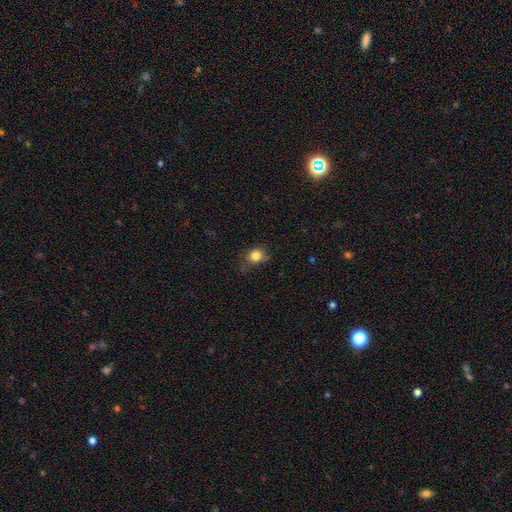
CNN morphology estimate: A smooth galaxy with no disk features (82%) that is round (75%).

Vote fractions:
- Smooth or featured? smooth: 82% / star or artifact: 11% / featured or disk: 6%
- How rounded? round: 75% / in between: 24% / cigar-shaped: 1%
- Merging? none: 64% / minor disturbance: 26% / major disturbance: 7% / merger: 2%